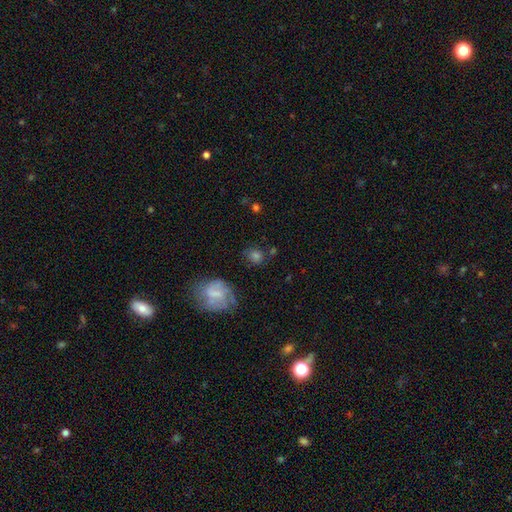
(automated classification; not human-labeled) smooth-or-featured: smooth: 65% | featured or disk: 19% | star or artifact: 16%
  how-rounded: round: 73% | in between: 25% | cigar-shaped: 2%
  merging: none: 73% | minor disturbance: 15% | major disturbance: 8% | merger: 5%